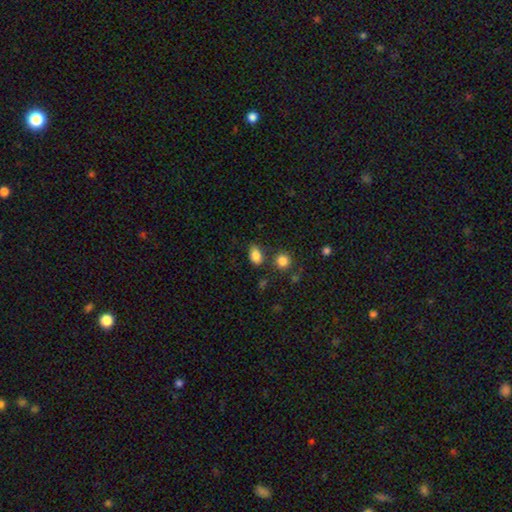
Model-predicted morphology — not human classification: This appears to be a smooth galaxy with no disk features (85%) that is in between round and cigar-shaped (81%). Merging: none (73%).